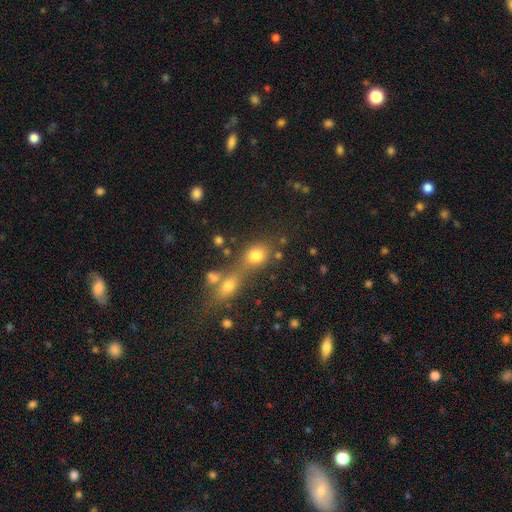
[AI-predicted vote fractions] This appears to be a smooth galaxy with no disk features (76%) that is round (56%). Merging: merger (47%).